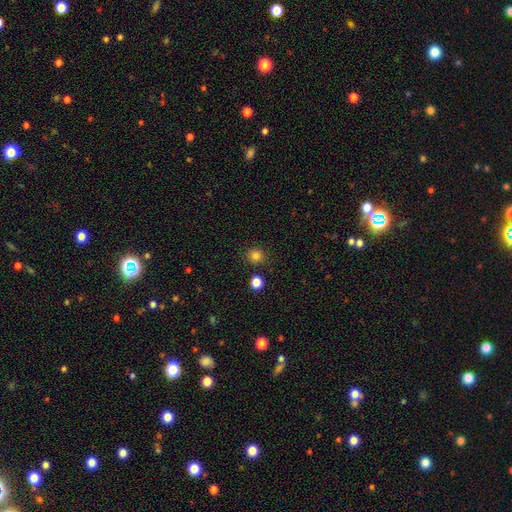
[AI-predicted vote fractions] smooth_or_featured: smooth (p=0.82) [alt: star or artifact p=0.13]
how_rounded: round (p=0.87) [alt: in between p=0.12]
merging: none (p=0.87) [alt: minor disturbance p=0.07]